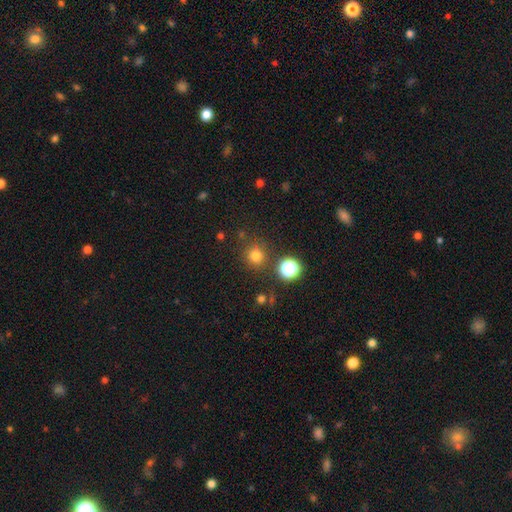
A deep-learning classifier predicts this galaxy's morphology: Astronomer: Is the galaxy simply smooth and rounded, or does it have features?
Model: smooth — 75%.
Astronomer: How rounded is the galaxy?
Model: round — 91%.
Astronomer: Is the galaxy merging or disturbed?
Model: none — 81%.